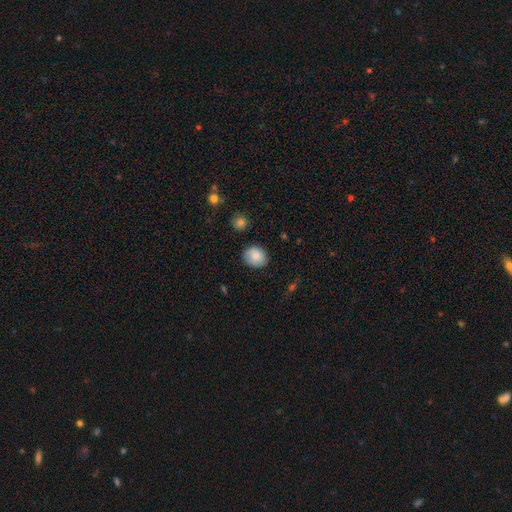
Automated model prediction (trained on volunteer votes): This is clearly a smooth galaxy (80%). How rounded: likely round (64%). Merging: clearly none (82%).